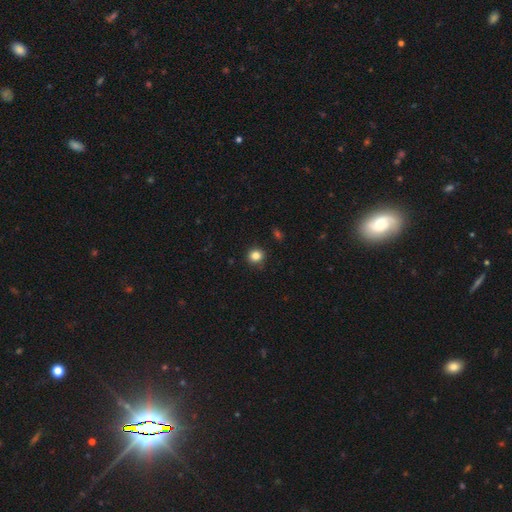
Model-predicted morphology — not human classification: Overall: smooth (83%). How rounded: round (90%). Merging: none (89%).